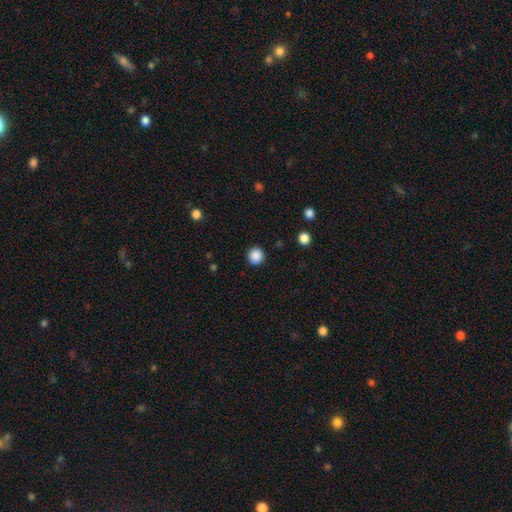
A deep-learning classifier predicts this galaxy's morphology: smooth 88%, star or artifact 10%, featured or disk 2%. Down the decision tree: how rounded — round (94%); merging — none (92%).